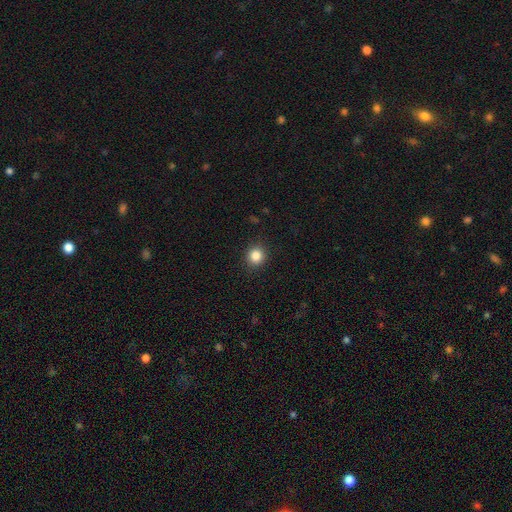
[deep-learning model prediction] smooth-or-featured: smooth: 84% | star or artifact: 11% | featured or disk: 5%
  how-rounded: round: 88% | in between: 11% | cigar-shaped: 1%
  merging: none: 91% | minor disturbance: 6% | major disturbance: 2% | merger: 1%